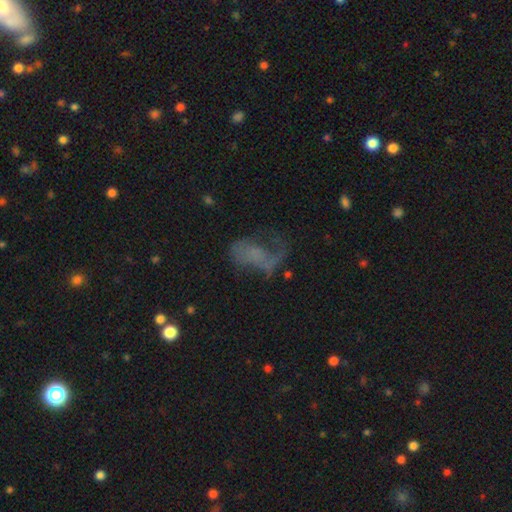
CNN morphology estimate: featured or disk 45%, smooth 35%, star or artifact 20%. Down the decision tree: merging — major disturbance (48%).